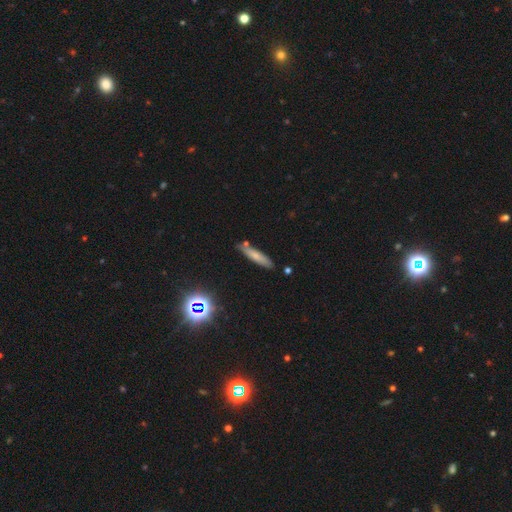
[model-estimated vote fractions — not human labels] The model was most divided on "smooth or featured": smooth: 68%, featured or disk: 22%, star or artifact: 10%. More confident: how rounded — cigar-shaped (83%); merging — none (79%).